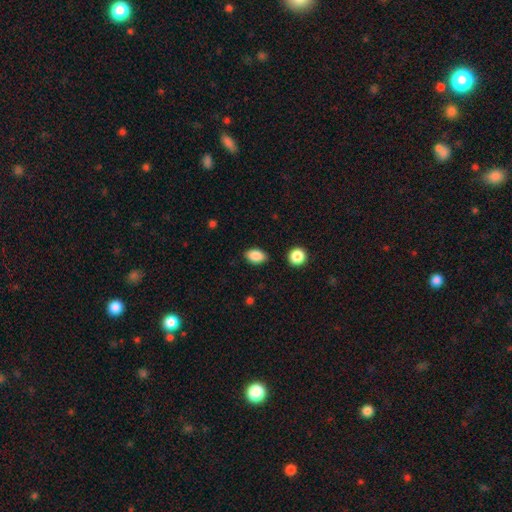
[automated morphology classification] Overall: smooth (88%). How rounded: in between (86%). Merging: none (85%).